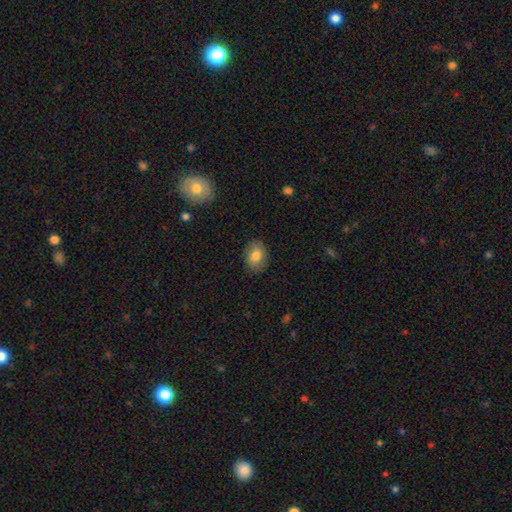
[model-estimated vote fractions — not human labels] Smooth or featured? smooth (80%)
How rounded? in between (70%)
Merging? none (86%)